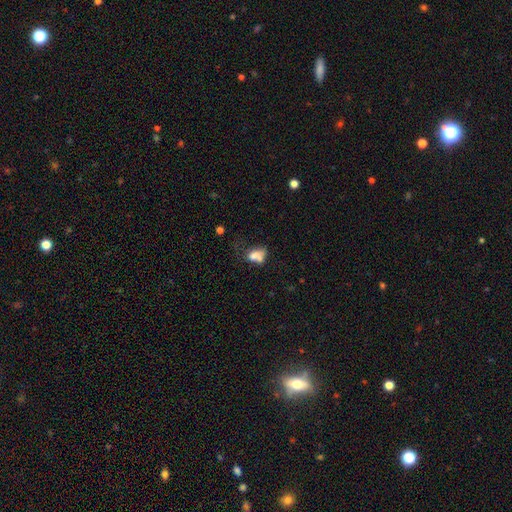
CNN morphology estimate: A smooth galaxy with no disk features (67%) that is in between round and cigar-shaped (75%).

Vote fractions:
- Smooth or featured? smooth: 67% / featured or disk: 21% / star or artifact: 12%
- How rounded? in between: 75% / round: 22% / cigar-shaped: 3%
- Merging? merger: 43% / none: 22% / major disturbance: 19% / minor disturbance: 16%